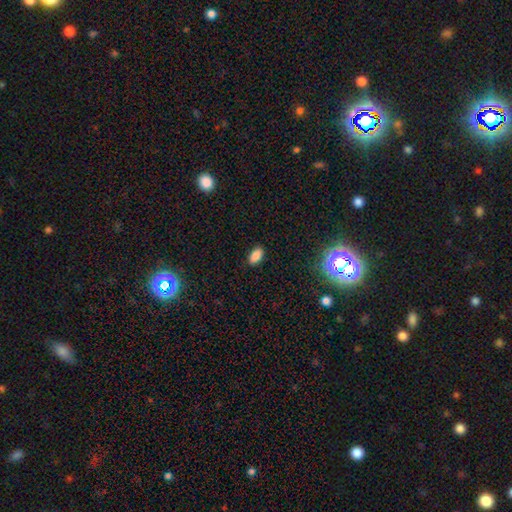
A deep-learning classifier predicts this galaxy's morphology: Smooth or featured? smooth (84%)
How rounded? in between (91%)
Merging? none (88%)